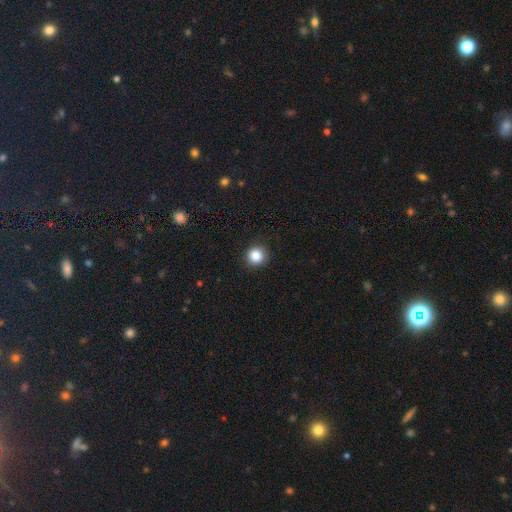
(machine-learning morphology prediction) Overall: smooth (87%). How rounded: round (93%). Merging: none (90%).